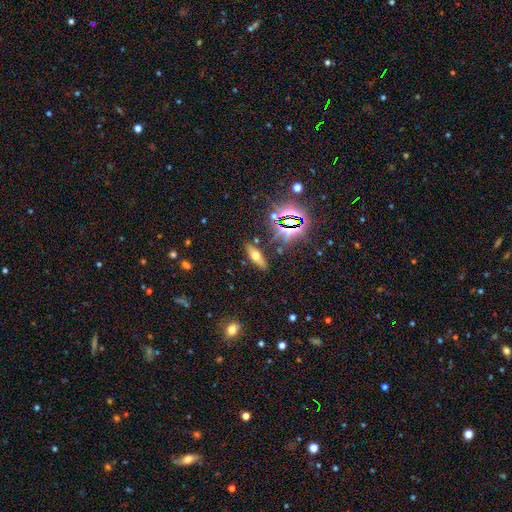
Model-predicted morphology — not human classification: smooth-or-featured: smooth: 47% | featured or disk: 29% | star or artifact: 25%
  merging: none: 83% | minor disturbance: 10% | major disturbance: 3% | merger: 3%